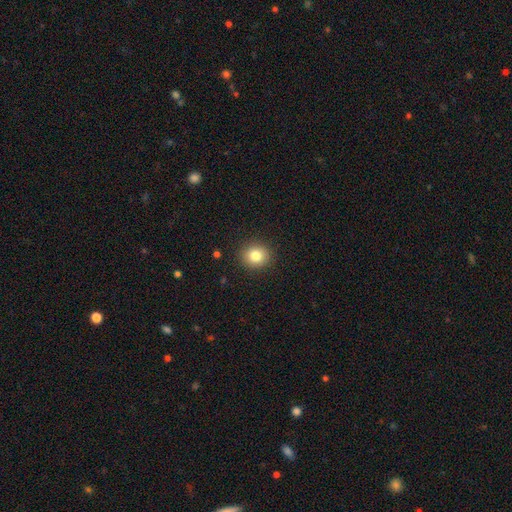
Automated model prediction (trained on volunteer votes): Morphology: type=smooth (82%); roundness=round (80%); merging=none (90%).